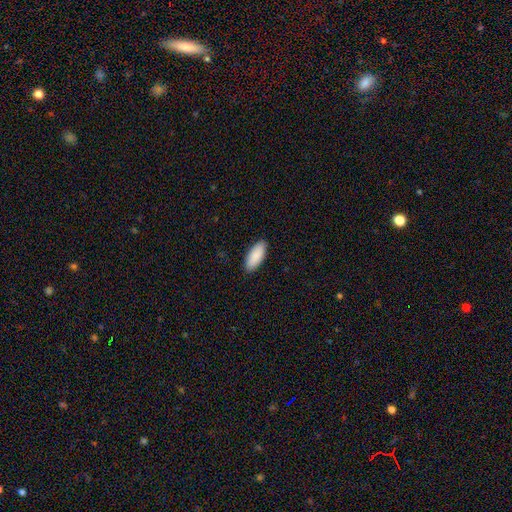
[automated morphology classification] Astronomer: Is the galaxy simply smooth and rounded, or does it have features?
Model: smooth — 91%.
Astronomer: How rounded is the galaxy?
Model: in between — 83%.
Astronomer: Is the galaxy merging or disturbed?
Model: none — 90%.